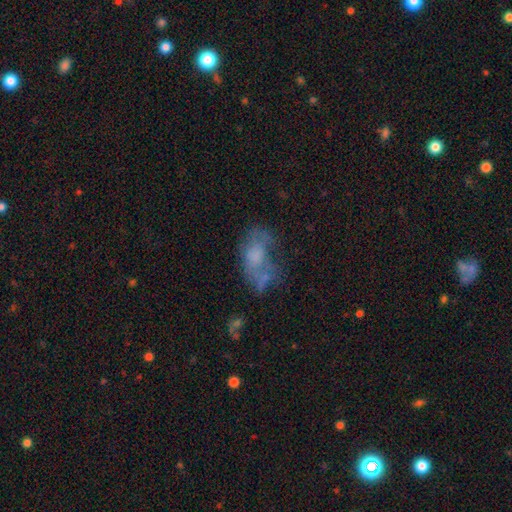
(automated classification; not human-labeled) Q: Smooth or featured?
A: smooth (47%); runner-up: featured or disk (40%)
Q: Merging?
A: major disturbance (32%); runner-up: none (29%)